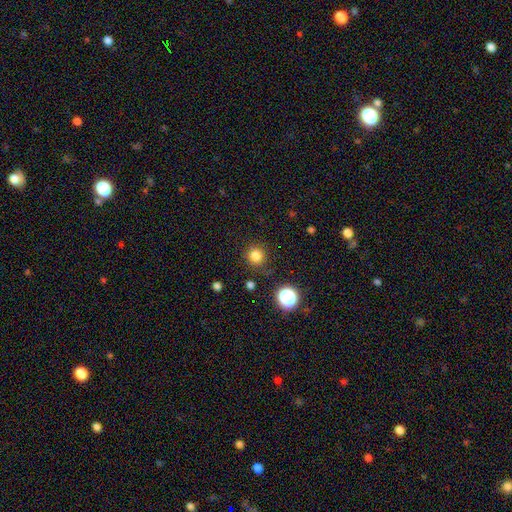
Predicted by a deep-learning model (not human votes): Smooth or featured: smooth — 80% (star or artifact — 15%)
How rounded: round — 93% (in between — 6%)
Merging: none — 85% (minor disturbance — 10%)